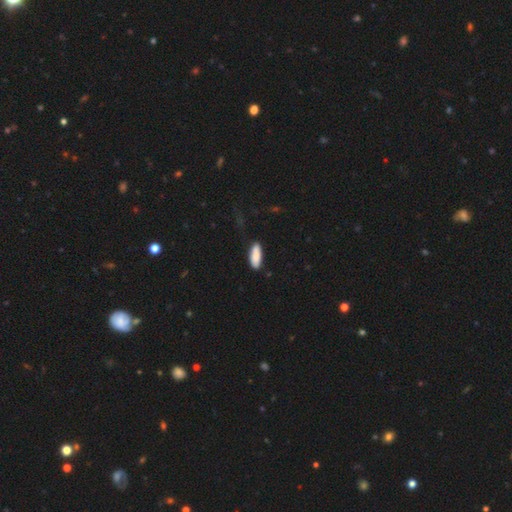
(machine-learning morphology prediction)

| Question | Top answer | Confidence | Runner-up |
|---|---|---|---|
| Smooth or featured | smooth | 88% | featured or disk (6%) |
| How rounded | in between | 63% | cigar-shaped (35%) |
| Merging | none | 77% | minor disturbance (17%) |